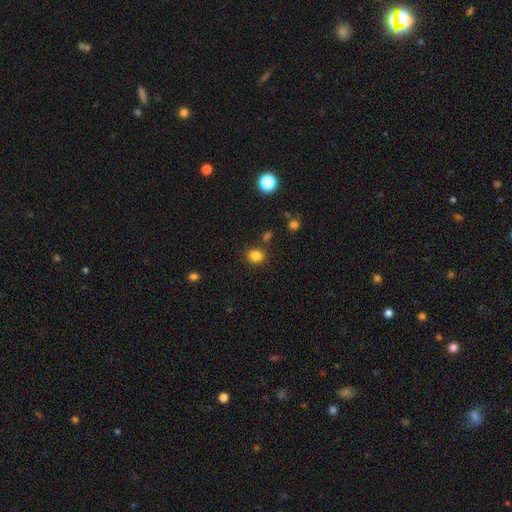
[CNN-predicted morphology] Smooth or featured? Predicted: smooth (p=0.83). How rounded? Predicted: round (p=0.70). Merging? Predicted: none (p=0.82).